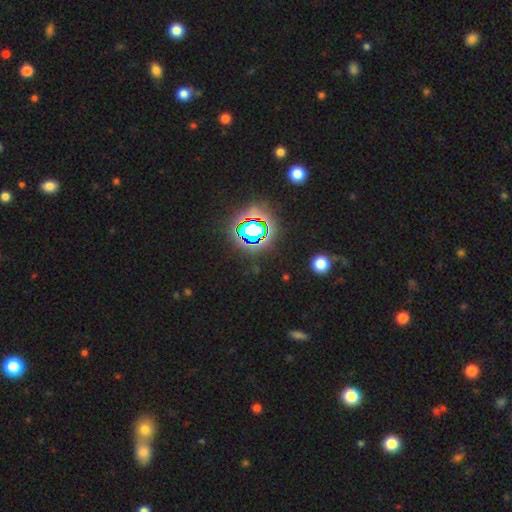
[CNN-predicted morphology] Overall: star or artifact (78%).